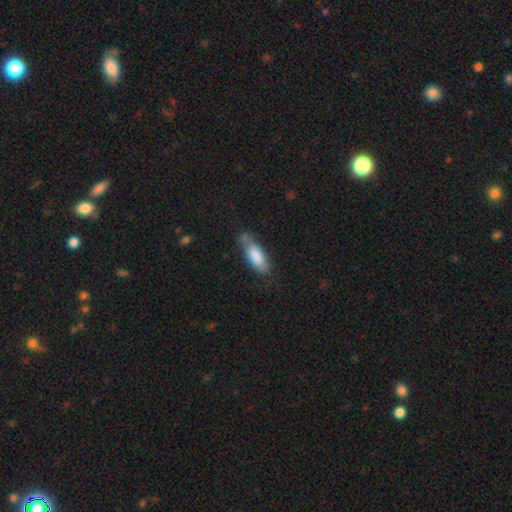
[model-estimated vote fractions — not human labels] Overall: smooth (81%). How rounded: in between (70%). Merging: none (56%; minor disturbance 28%).